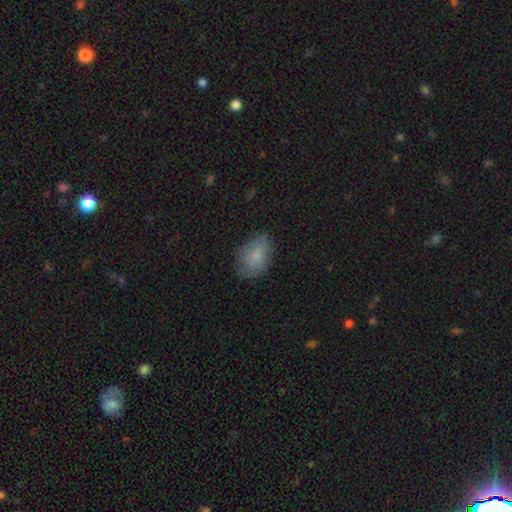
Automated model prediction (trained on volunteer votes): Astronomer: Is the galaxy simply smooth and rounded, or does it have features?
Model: smooth — 70%.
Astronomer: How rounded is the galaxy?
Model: in between — 80%.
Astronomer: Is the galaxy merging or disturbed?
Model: none — 69%.